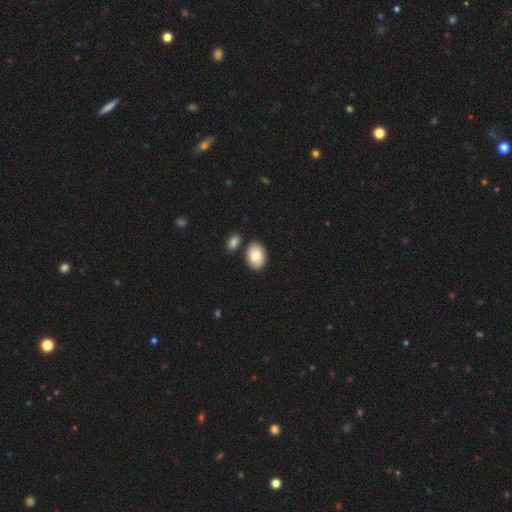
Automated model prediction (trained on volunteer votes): Q: Smooth or featured?
A: smooth (80%); runner-up: featured or disk (14%)
Q: How rounded?
A: in between (86%); runner-up: round (13%)
Q: Merging?
A: none (76%); runner-up: minor disturbance (12%)